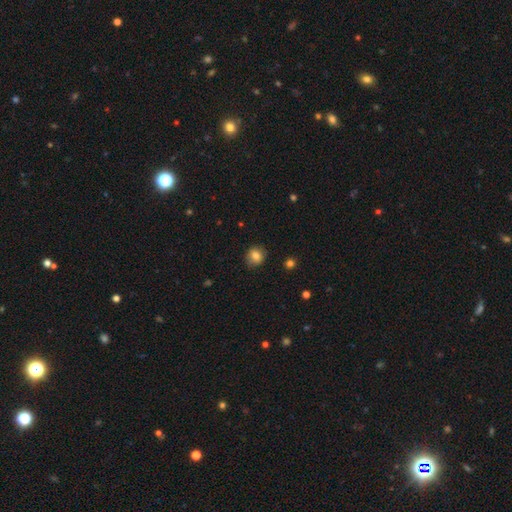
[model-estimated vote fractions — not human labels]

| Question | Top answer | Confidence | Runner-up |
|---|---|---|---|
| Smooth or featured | smooth | 81% | star or artifact (10%) |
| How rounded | round | 81% | in between (18%) |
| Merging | none | 84% | minor disturbance (12%) |